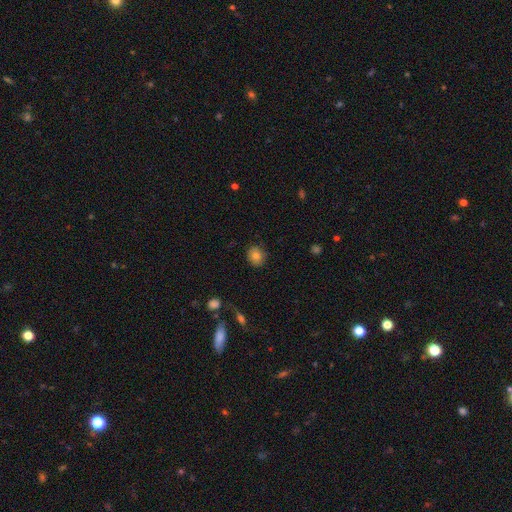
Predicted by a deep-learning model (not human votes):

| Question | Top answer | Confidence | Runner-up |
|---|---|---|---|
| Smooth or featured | smooth | 81% | star or artifact (11%) |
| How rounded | round | 78% | in between (21%) |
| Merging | none | 85% | minor disturbance (11%) |